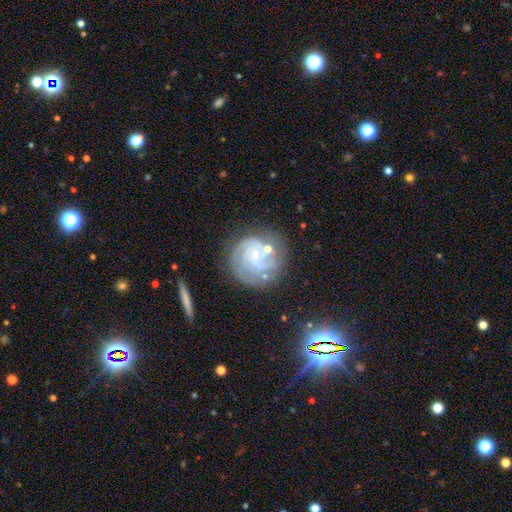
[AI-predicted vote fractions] Morphology: type=featured or disk (82%); edge-on=no (98%); bar=no (67%); spiral arms=yes (95%); winding=tight (62%); arm count=3 (34%); bulge=small (77%); merging=none (66%).